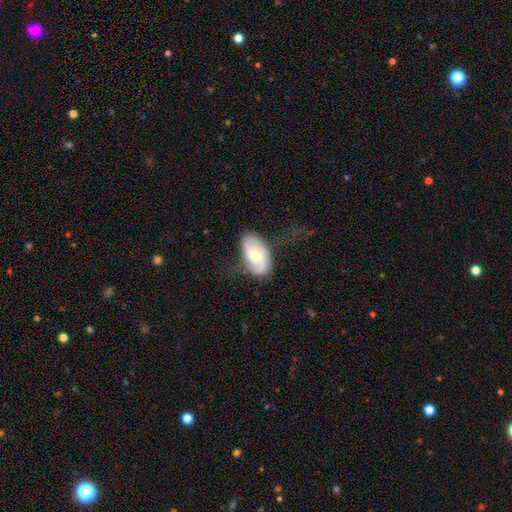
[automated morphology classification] Smooth or featured?
  - featured or disk: 49% *
  - smooth: 45%
  - star or artifact: 6%
Merging?
  - none: 52% *
  - minor disturbance: 30%
  - major disturbance: 16%
  - merger: 2%